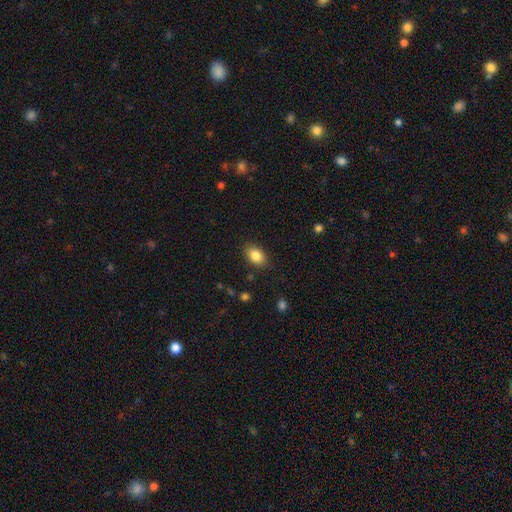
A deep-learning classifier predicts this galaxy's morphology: Q: Smooth or featured?
A: smooth (85%); runner-up: star or artifact (8%)
Q: How rounded?
A: in between (84%); runner-up: round (15%)
Q: Merging?
A: none (86%); runner-up: minor disturbance (10%)